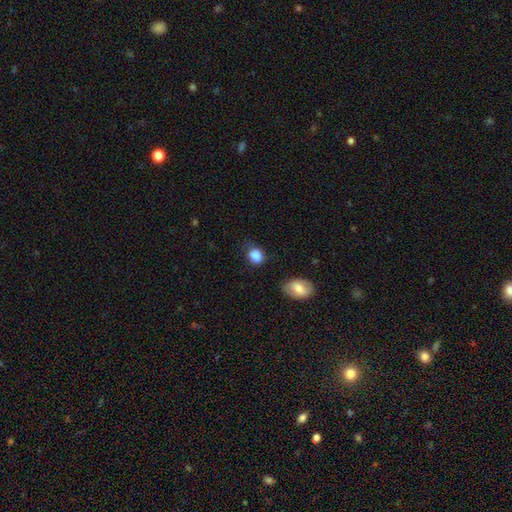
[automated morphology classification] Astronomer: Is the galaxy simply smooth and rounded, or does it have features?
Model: smooth — 86%.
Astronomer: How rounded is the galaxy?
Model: in between — 52% (runner-up: round, 47%).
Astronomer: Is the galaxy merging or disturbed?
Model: none — 63%.